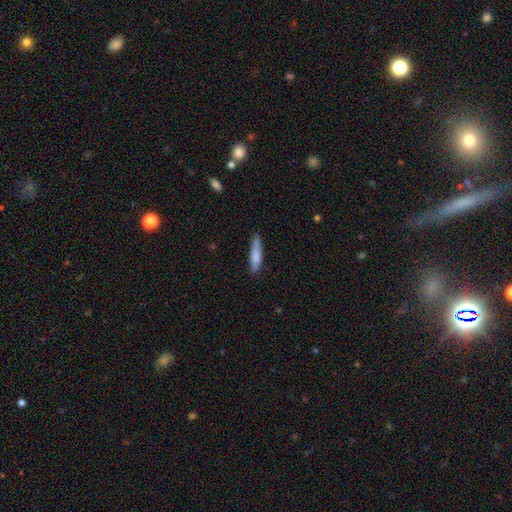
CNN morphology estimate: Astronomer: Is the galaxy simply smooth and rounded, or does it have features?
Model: smooth — 76%.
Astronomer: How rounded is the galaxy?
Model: cigar-shaped — 84%.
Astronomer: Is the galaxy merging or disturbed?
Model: none — 80%.